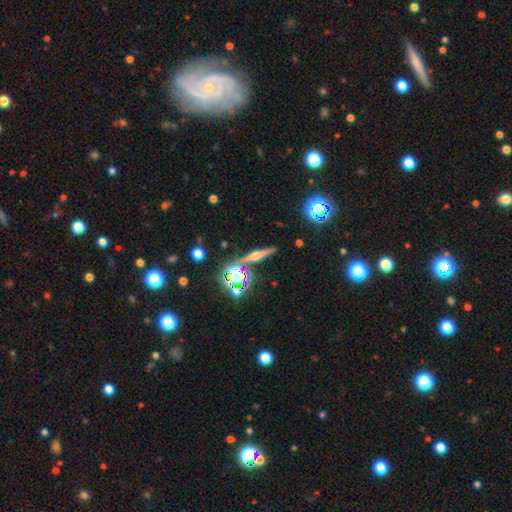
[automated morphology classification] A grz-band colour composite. It shows a featured or disk galaxy (58%) viewed edge-on (94%) with a rounded central bulge (89%). Merging: none (83%).